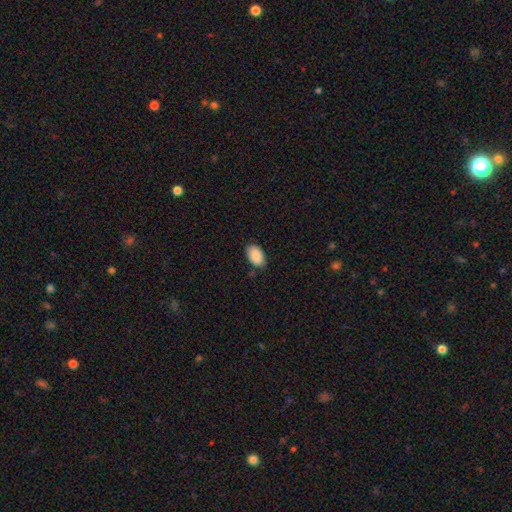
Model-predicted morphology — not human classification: This appears to be a smooth galaxy with no disk features (90%) that is in between round and cigar-shaped (92%). Merging: none (81%).